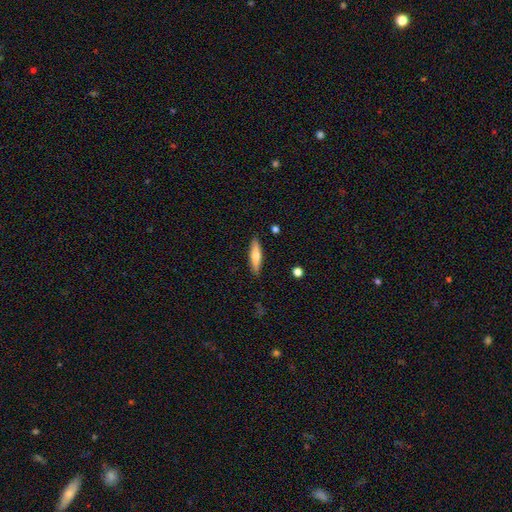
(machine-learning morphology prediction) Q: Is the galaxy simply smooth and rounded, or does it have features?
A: smooth — 63%.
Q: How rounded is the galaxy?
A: cigar-shaped — 74%.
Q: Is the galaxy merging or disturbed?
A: none — 88%.